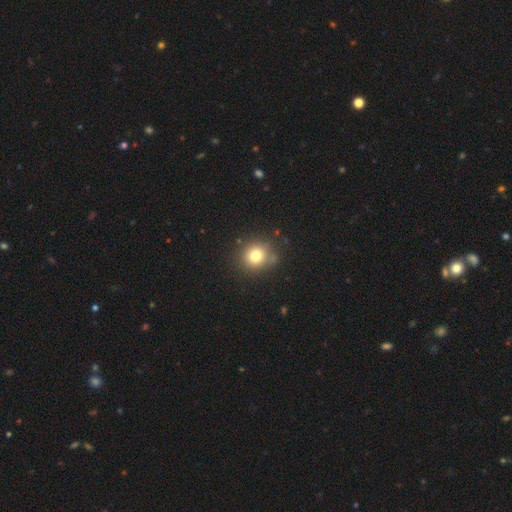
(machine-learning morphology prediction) Smooth or featured? smooth (77%)
How rounded? round (85%)
Merging? none (78%)